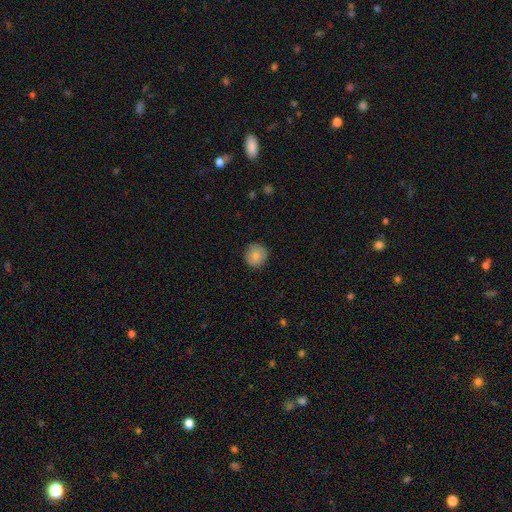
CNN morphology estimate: Smooth or featured? Predicted: smooth (p=0.83). How rounded? Predicted: round (p=0.93). Merging? Predicted: none (p=0.89).